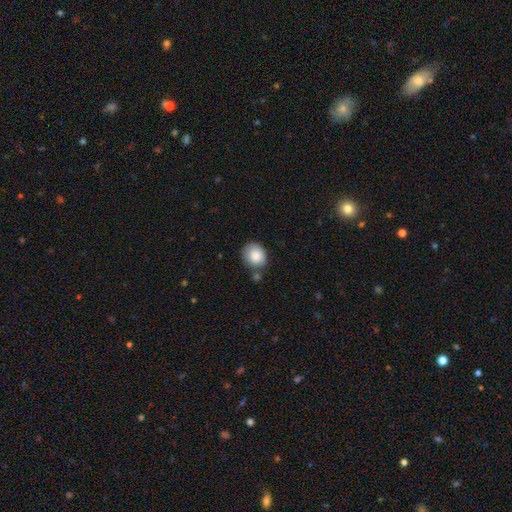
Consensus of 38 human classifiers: A smooth galaxy with no disk features (84%) that is round (81%). Merging: none (51%).